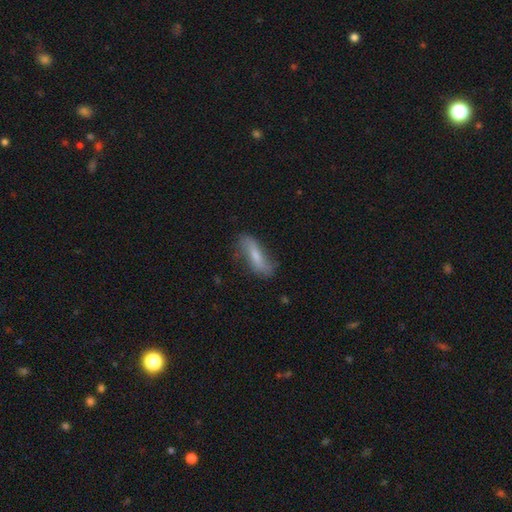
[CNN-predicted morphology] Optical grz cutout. It shows a smooth galaxy with no disk features (50%). Merging: none (69%).